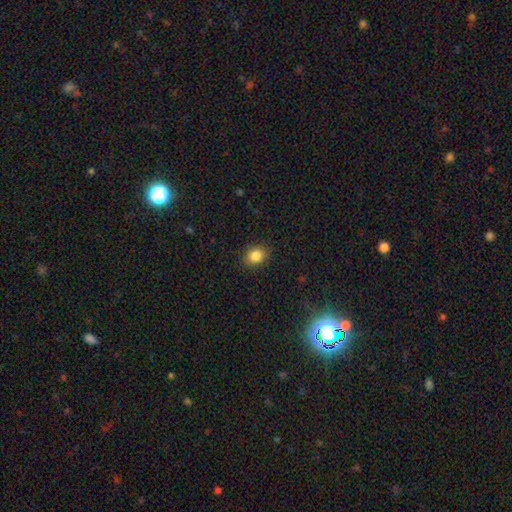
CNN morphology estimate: This is clearly a smooth galaxy (85%). How rounded: possibly in between (51%). Merging: clearly none (88%).